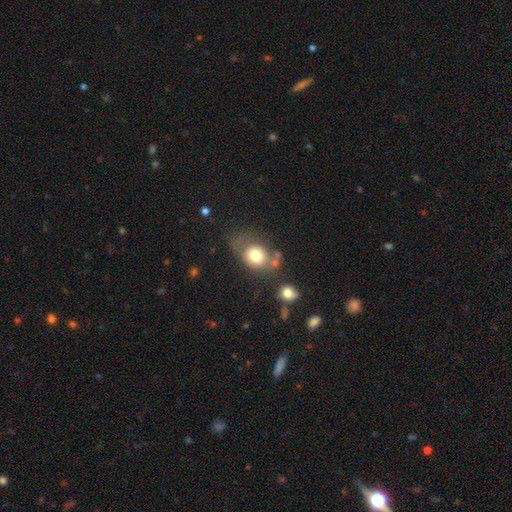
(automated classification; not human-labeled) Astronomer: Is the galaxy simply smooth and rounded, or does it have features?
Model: smooth — 75%.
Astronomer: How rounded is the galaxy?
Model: round — 55% (runner-up: in between, 44%).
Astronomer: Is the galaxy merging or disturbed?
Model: none — 47%.